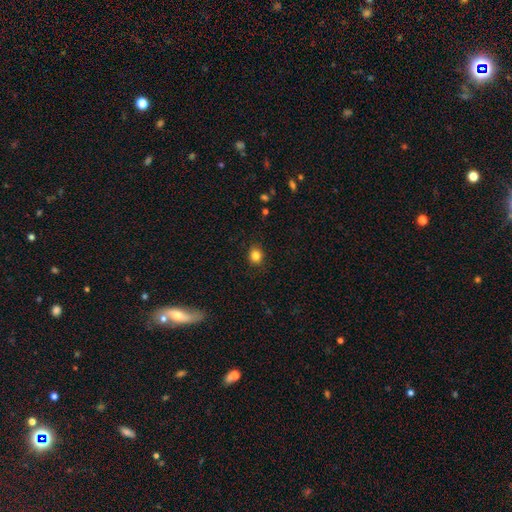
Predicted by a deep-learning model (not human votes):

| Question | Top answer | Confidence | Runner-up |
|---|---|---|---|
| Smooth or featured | smooth | 83% | star or artifact (11%) |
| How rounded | round | 67% | in between (32%) |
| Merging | none | 88% | minor disturbance (9%) |